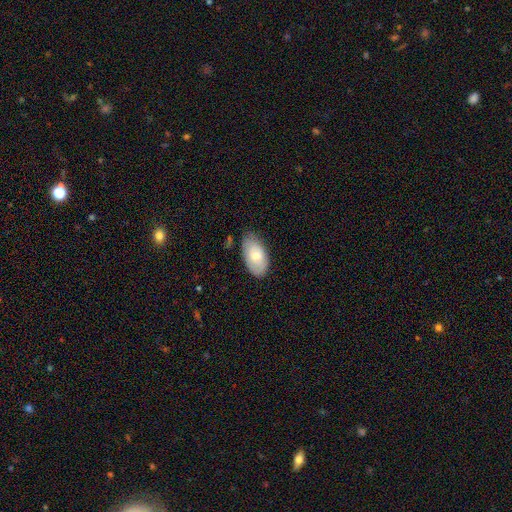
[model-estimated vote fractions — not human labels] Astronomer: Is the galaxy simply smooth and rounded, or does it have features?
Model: smooth — 69%.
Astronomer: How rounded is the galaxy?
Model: in between — 95%.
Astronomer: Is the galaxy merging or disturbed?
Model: none — 70%.